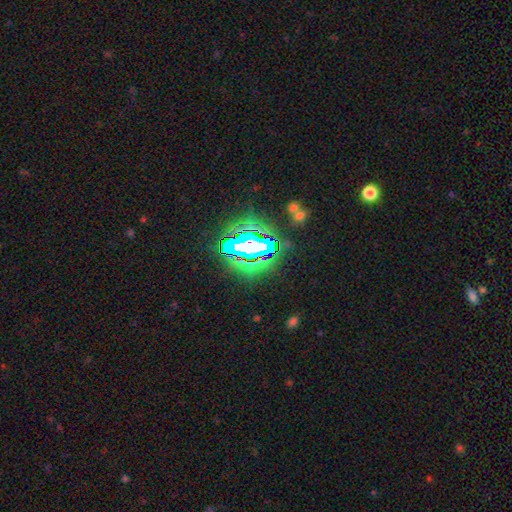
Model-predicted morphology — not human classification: This appears to be a star or artifact, not a galaxy (73%).